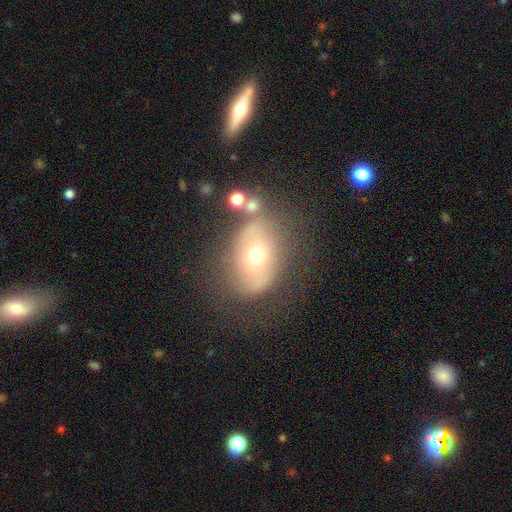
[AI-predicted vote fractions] Smooth or featured? smooth (46%)
Merging? none (60%)